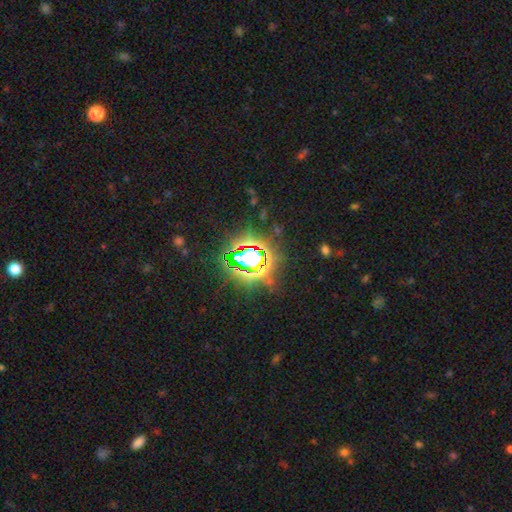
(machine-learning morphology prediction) Smooth or featured?
  - star or artifact: 78% *
  - smooth: 12%
  - featured or disk: 10%